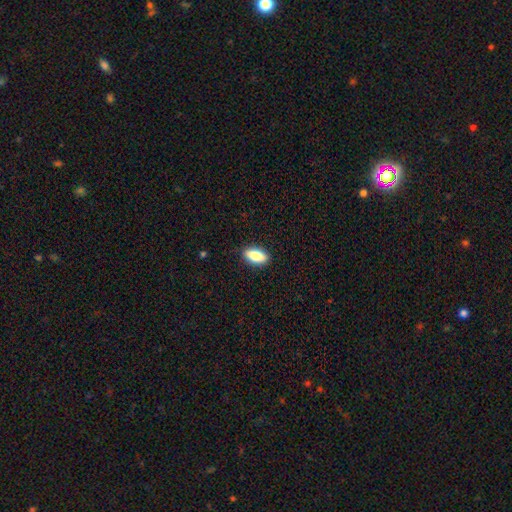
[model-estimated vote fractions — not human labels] Q: Smooth or featured?
A: smooth (79%); runner-up: featured or disk (14%)
Q: How rounded?
A: in between (84%); runner-up: cigar-shaped (13%)
Q: Merging?
A: none (88%); runner-up: minor disturbance (9%)